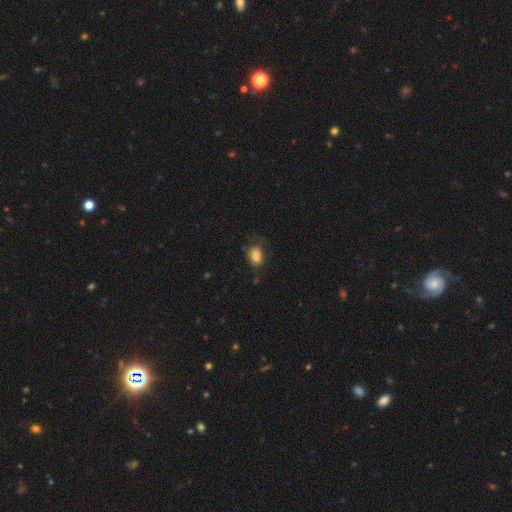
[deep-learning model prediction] Smooth or featured: smooth — 83% (star or artifact — 9%)
How rounded: in between — 75% (round — 24%)
Merging: none — 61% (minor disturbance — 26%)